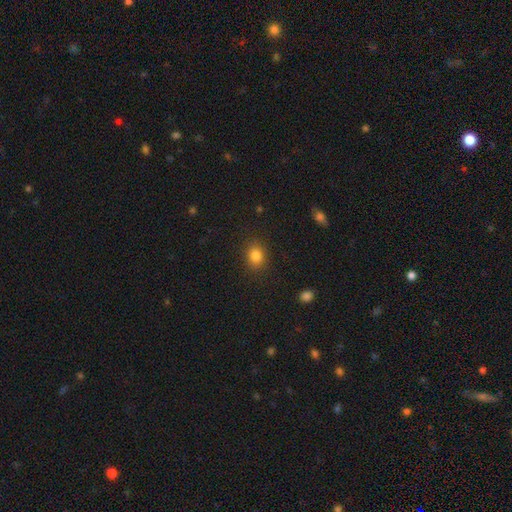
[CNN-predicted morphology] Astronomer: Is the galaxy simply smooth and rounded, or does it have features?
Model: smooth — 84%.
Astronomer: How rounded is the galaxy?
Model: round — 52% (runner-up: in between, 47%).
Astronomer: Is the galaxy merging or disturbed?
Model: none — 87%.